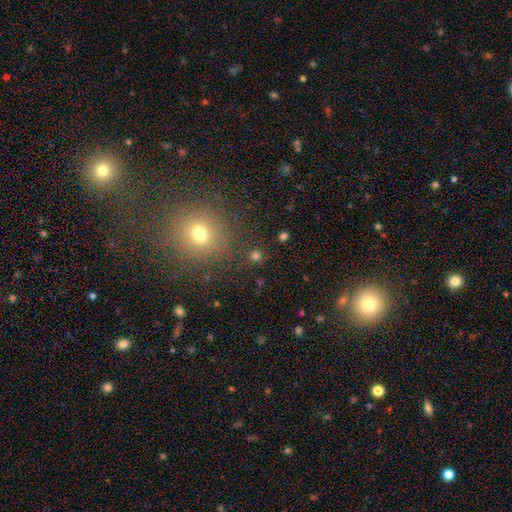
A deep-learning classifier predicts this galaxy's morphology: Smooth or featured? Predicted: smooth (p=0.71). How rounded? Predicted: round (p=0.88). Merging? Predicted: none (p=0.85).